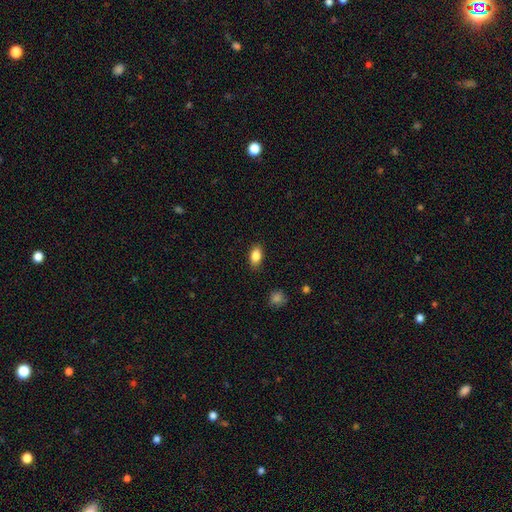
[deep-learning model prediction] Q: Smooth or featured?
A: smooth (86%); runner-up: star or artifact (8%)
Q: How rounded?
A: in between (88%); runner-up: round (10%)
Q: Merging?
A: none (86%); runner-up: minor disturbance (10%)